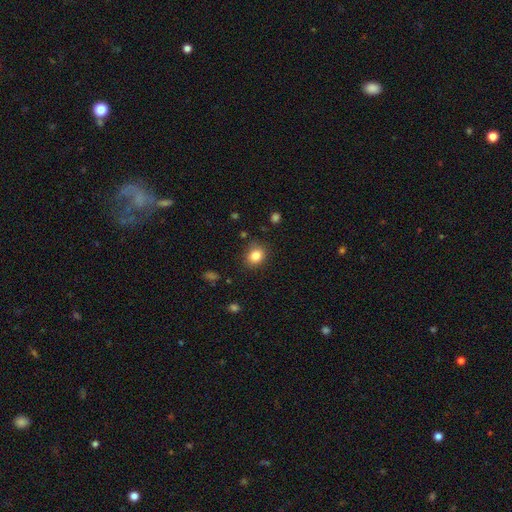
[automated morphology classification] The model was most divided on "how rounded": round: 54%, in between: 45%, cigar-shaped: 1%. More confident: smooth or featured — smooth (84%); merging — none (82%).